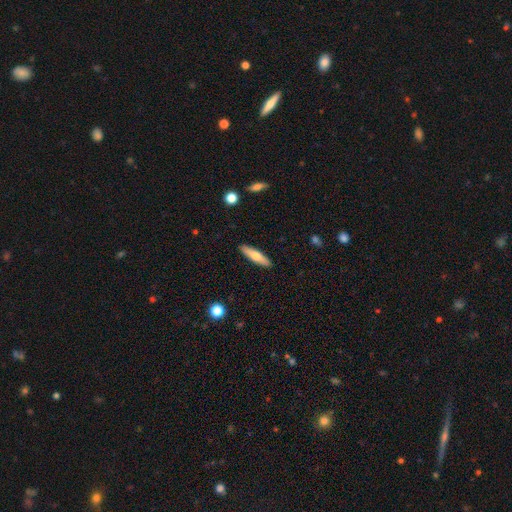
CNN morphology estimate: smooth 63%, featured or disk 32%, star or artifact 6%. Down the decision tree: how rounded — cigar-shaped (73%); merging — none (90%).